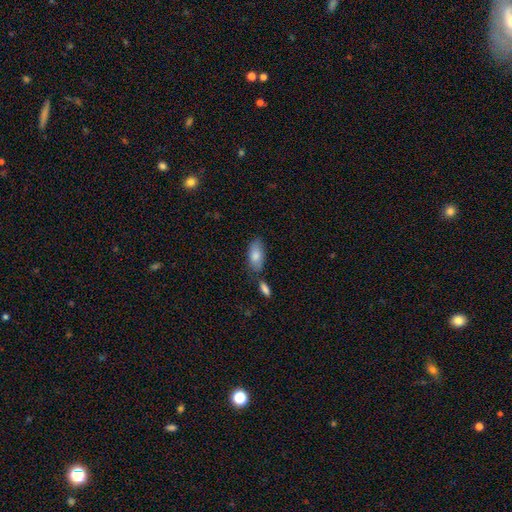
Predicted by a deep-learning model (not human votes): This is likely a smooth galaxy (79%). How rounded: clearly in between (88%). Merging: likely none (66%).